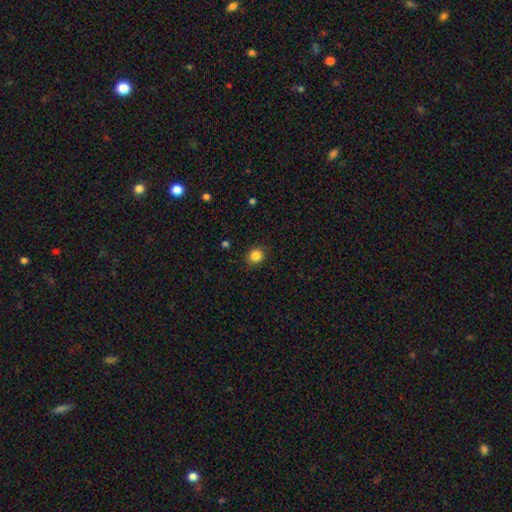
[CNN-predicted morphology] Overall: smooth (85%). How rounded: round (73%). Merging: none (87%).